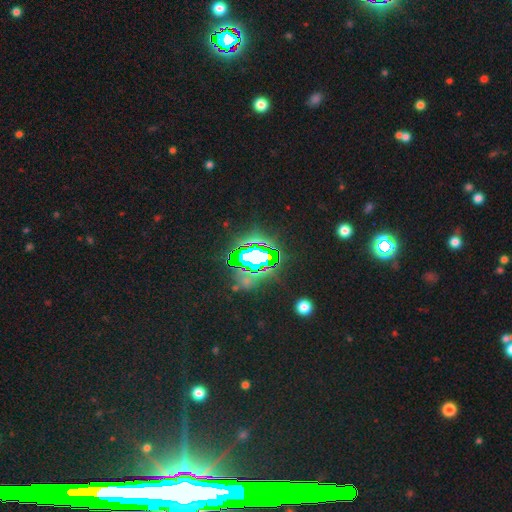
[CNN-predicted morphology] smooth_or_featured: star or artifact (p=0.78) [alt: smooth p=0.12]